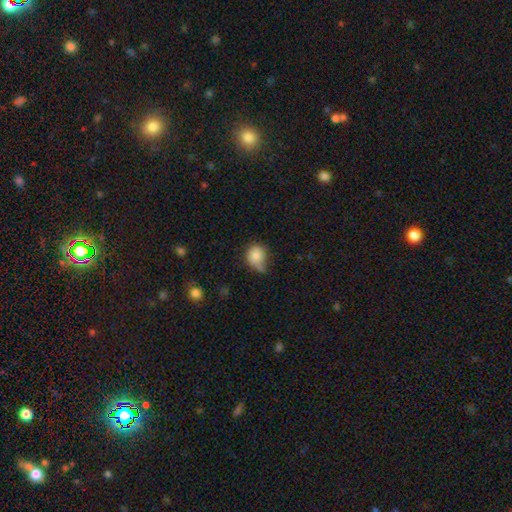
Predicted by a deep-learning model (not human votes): Smooth or featured? smooth (80%)
How rounded? round (68%)
Merging? minor disturbance (39%)